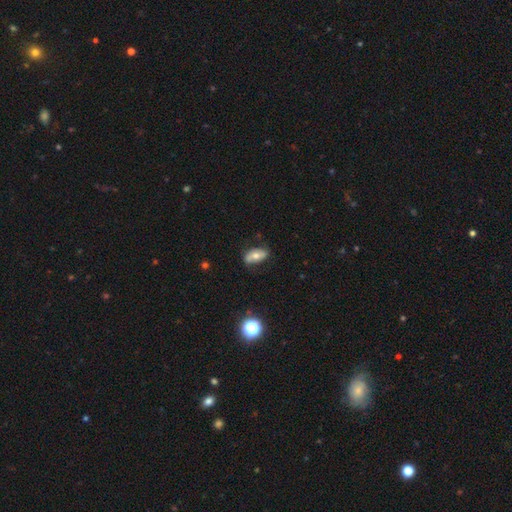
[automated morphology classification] Smooth or featured: smooth — 58% (featured or disk — 33%)
How rounded: in between — 88% (cigar-shaped — 7%)
Merging: none — 73% (minor disturbance — 21%)